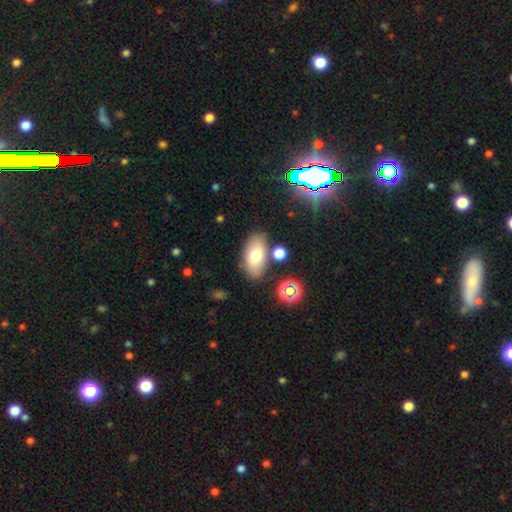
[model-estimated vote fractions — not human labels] This appears to be a smooth galaxy with no disk features (72%) that is in between round and cigar-shaped (92%). Merging: none (75%).